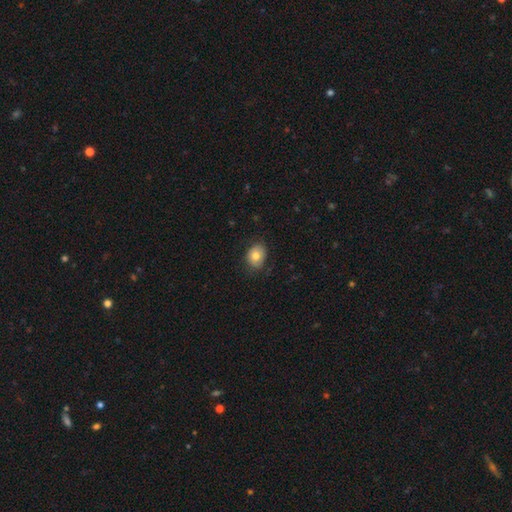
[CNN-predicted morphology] type=smooth (76%); roundness=in between (57%); merging=none (75%).